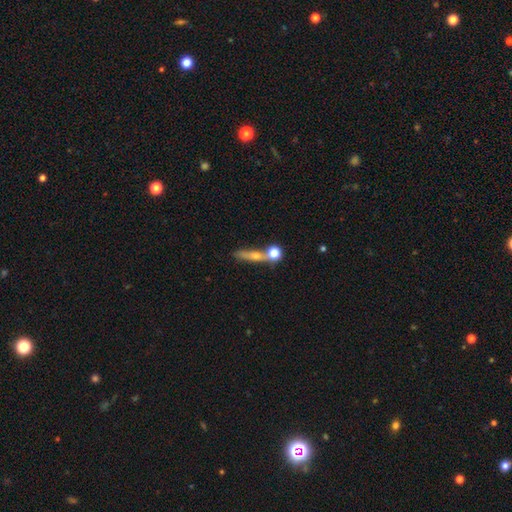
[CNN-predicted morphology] A smooth galaxy with no disk features (46%).

Vote fractions:
- Smooth or featured? smooth: 46% / featured or disk: 40% / star or artifact: 14%
- Merging? none: 56% / merger: 23% / minor disturbance: 13% / major disturbance: 7%